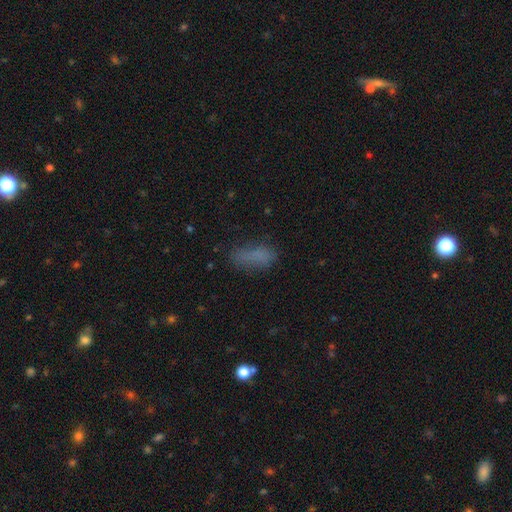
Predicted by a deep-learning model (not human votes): Morphology: type=smooth (76%); roundness=in between (71%); merging=none (65%).